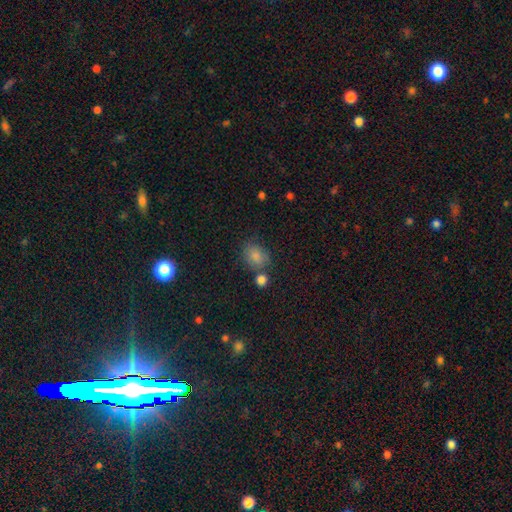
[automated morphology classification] Smooth or featured?
  - smooth: 82% *
  - star or artifact: 10%
  - featured or disk: 8%
How rounded?
  - in between: 53% *
  - round: 46%
  - cigar-shaped: 1%
Merging?
  - none: 60% *
  - minor disturbance: 18%
  - merger: 16%
  - major disturbance: 7%